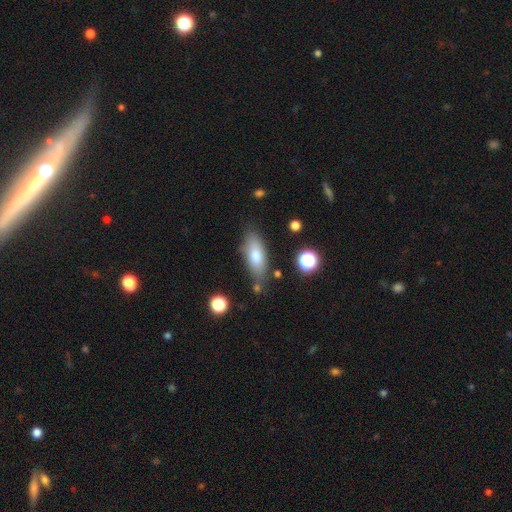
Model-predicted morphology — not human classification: smooth_or_featured: smooth (p=0.74) [alt: featured or disk p=0.18]
how_rounded: in between (p=0.73) [alt: cigar-shaped p=0.24]
merging: none (p=0.73) [alt: minor disturbance p=0.18]